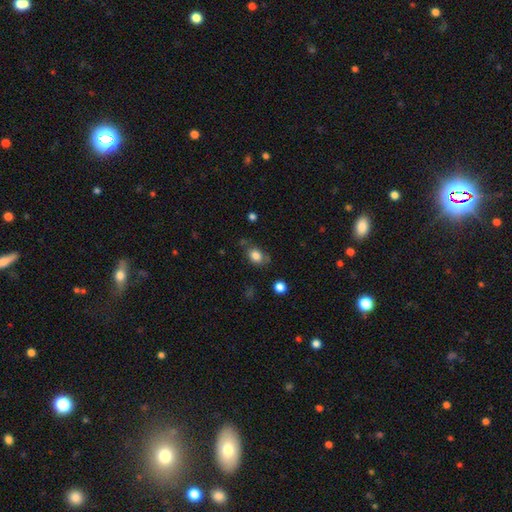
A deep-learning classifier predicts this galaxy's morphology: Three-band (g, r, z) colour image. It shows a smooth galaxy with no disk features (82%) that is in between round and cigar-shaped (70%). Merging: none (64%).